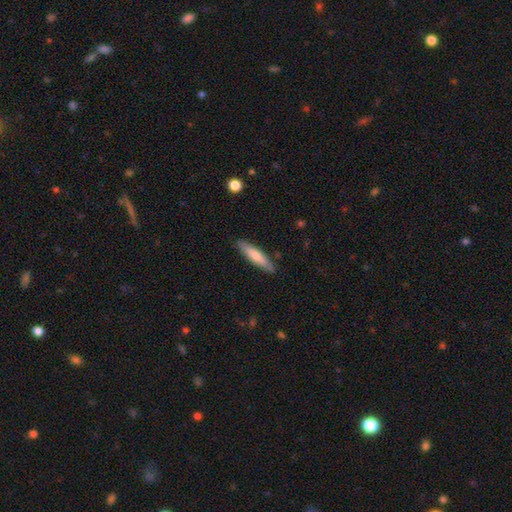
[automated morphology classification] Smooth or featured: smooth — 72% (featured or disk — 23%)
How rounded: cigar-shaped — 82% (in between — 16%)
Merging: none — 88% (minor disturbance — 9%)